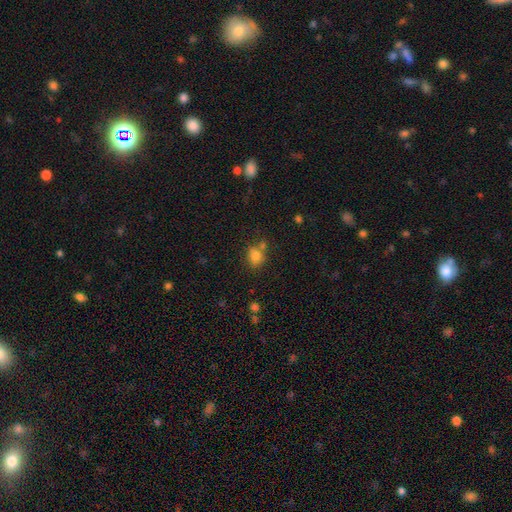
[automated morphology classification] type=smooth (79%); roundness=in between (51%); merging=none (59%).